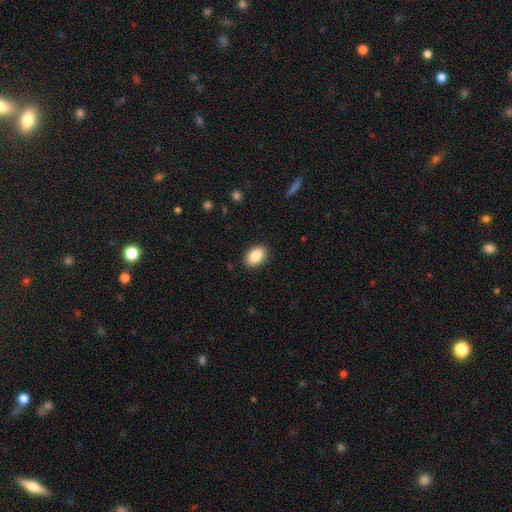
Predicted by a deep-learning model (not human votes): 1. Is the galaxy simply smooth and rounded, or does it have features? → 88% smooth, 7% star or artifact, 5% featured or disk.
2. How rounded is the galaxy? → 85% in between, 14% round, 1% cigar-shaped.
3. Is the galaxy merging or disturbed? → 89% none, 8% minor disturbance, 2% major disturbance, 1% merger.